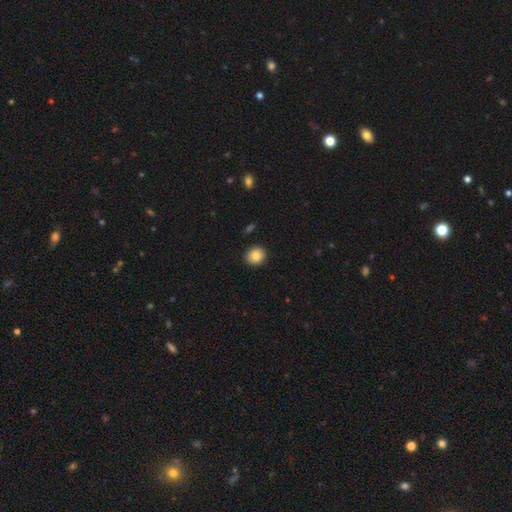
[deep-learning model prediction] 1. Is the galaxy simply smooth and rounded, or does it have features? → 86% smooth, 9% star or artifact, 5% featured or disk.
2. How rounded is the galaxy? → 81% round, 18% in between, 1% cigar-shaped.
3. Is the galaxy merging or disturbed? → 91% none, 6% minor disturbance, 2% major disturbance, 1% merger.